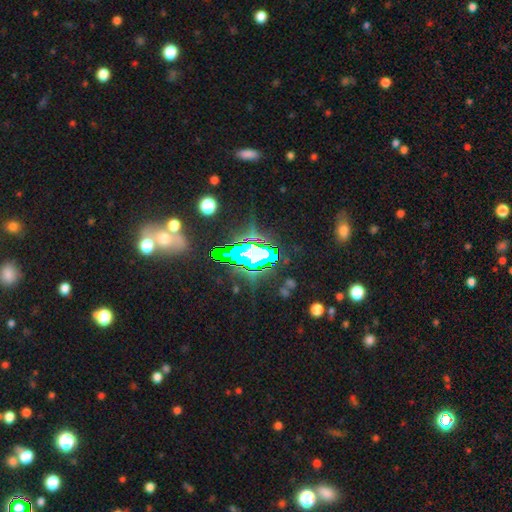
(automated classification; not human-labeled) The model was most divided on "smooth or featured": star or artifact: 66%, smooth: 17%, featured or disk: 17%.